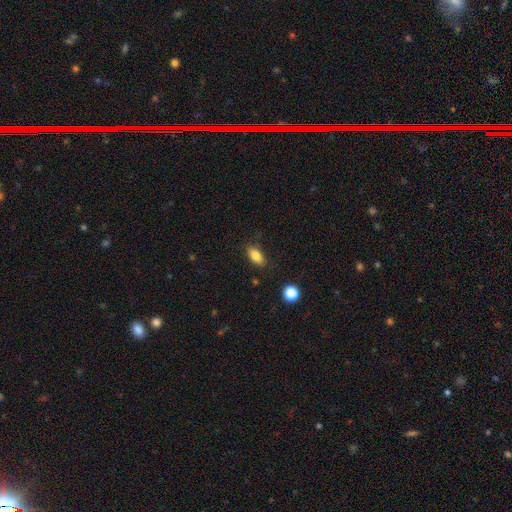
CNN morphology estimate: The model was most divided on "merging": none: 83%, minor disturbance: 13%, major disturbance: 3%, merger: 2%. More confident: how rounded — in between (88%); smooth or featured — smooth (84%).